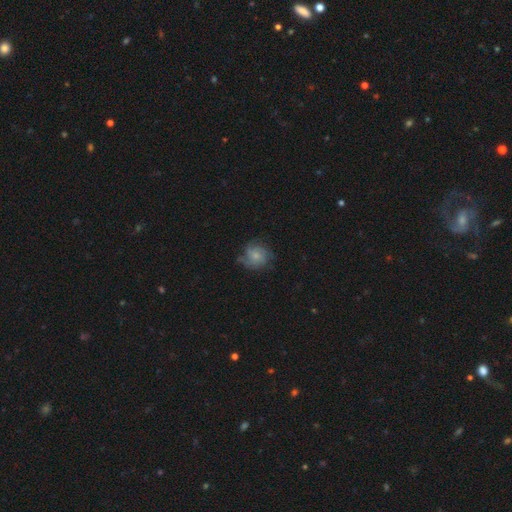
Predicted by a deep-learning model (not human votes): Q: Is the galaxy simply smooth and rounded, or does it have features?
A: featured or disk — 52%.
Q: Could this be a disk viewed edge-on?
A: no — 97%.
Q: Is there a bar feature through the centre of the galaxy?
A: no — 76%.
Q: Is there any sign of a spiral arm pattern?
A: yes — 84%.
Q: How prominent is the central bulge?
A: small — 56%.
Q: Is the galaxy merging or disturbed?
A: none — 63%.